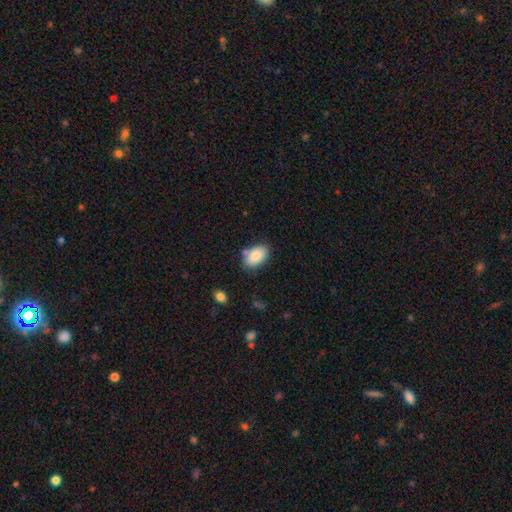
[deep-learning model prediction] Q: Smooth or featured?
A: smooth (84%); runner-up: featured or disk (9%)
Q: How rounded?
A: in between (92%); runner-up: round (6%)
Q: Merging?
A: none (74%); runner-up: minor disturbance (16%)